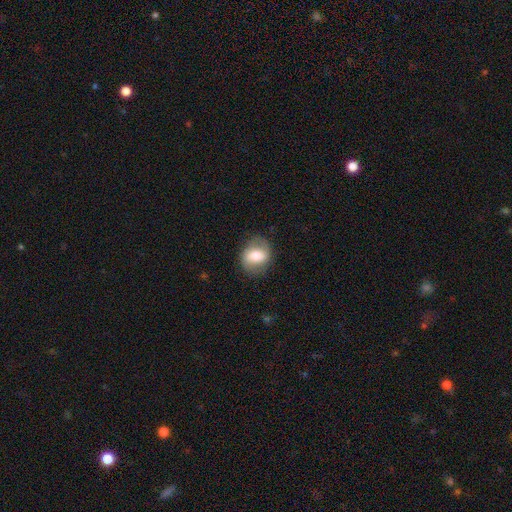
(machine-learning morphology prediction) The model was most divided on "how rounded": round: 50%, in between: 49%, cigar-shaped: 1%. More confident: merging — none (78%); smooth or featured — smooth (60%).